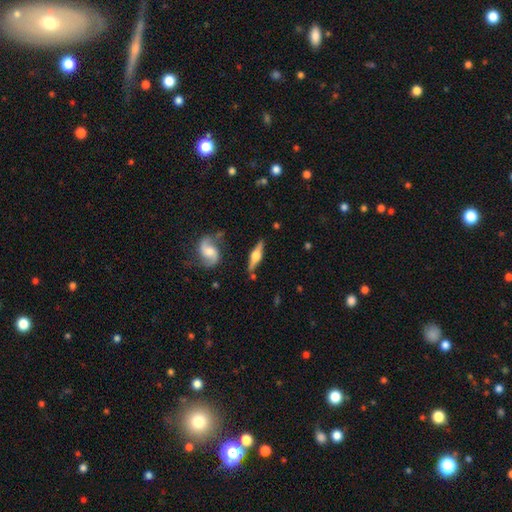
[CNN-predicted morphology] The model was most divided on "smooth or featured": featured or disk: 77%, smooth: 18%, star or artifact: 5%. More confident: edge-on disk — yes (94%); edge-on bulge — rounded (93%); merging — none (80%).